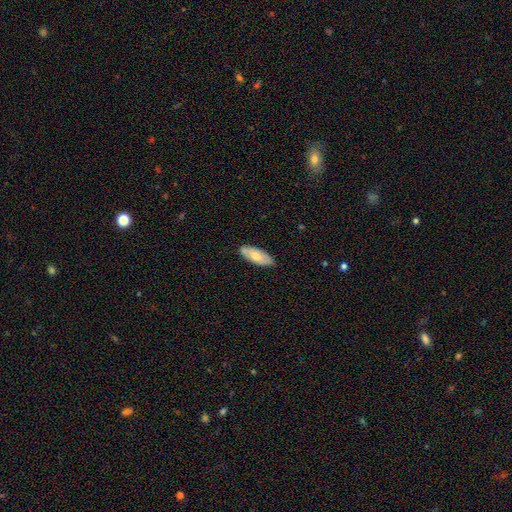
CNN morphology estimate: Overall: smooth (63%; featured or disk 31%). How rounded: in between (79%). Merging: none (85%).